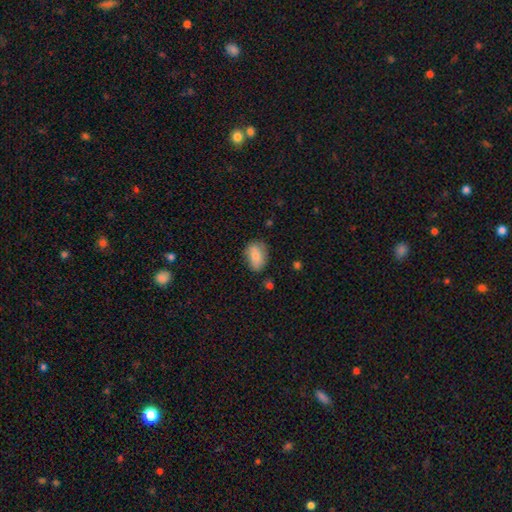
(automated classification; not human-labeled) Smooth or featured? smooth (75%)
How rounded? in between (84%)
Merging? none (69%)